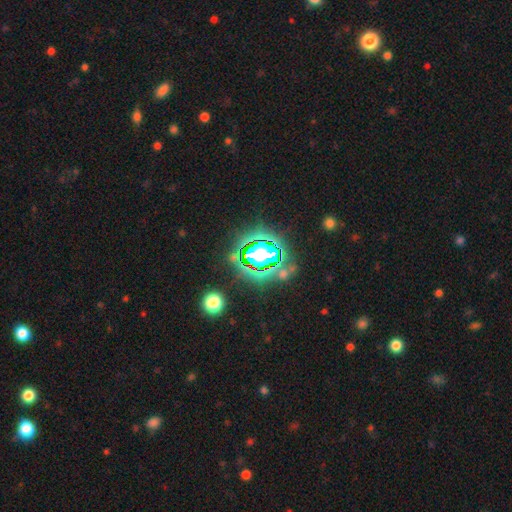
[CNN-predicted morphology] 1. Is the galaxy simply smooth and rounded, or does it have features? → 76% star or artifact, 14% smooth, 9% featured or disk.